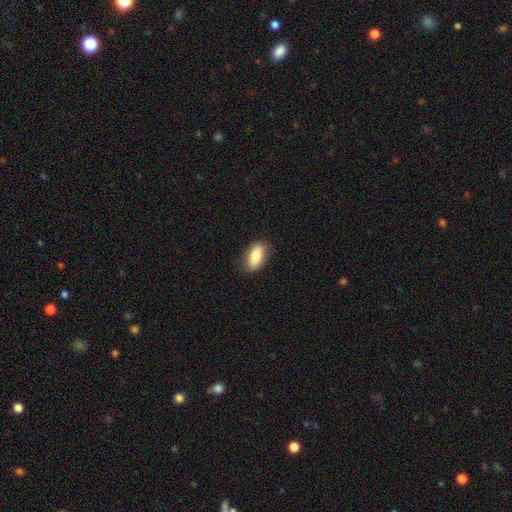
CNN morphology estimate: This is likely a smooth galaxy (80%). How rounded: clearly in between (89%). Merging: clearly none (85%).